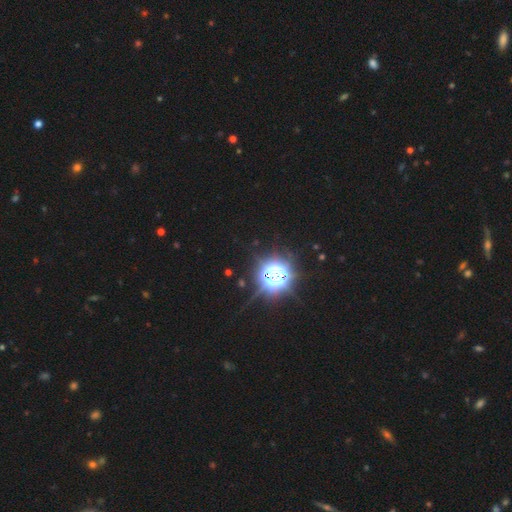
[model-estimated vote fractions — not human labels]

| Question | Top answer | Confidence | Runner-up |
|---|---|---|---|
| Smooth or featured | star or artifact | 85% | smooth (10%) |